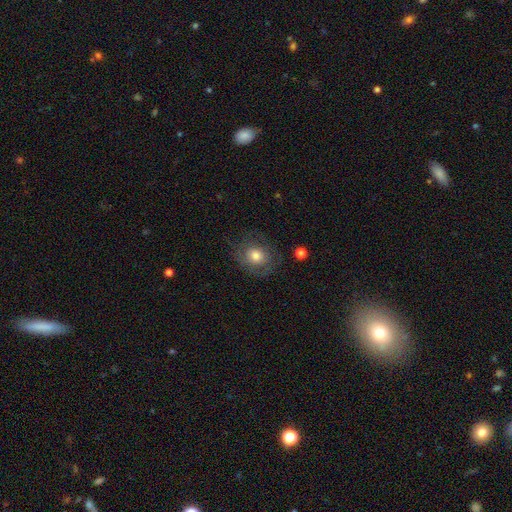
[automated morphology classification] Overall: smooth (63%; featured or disk 28%). How rounded: round (69%; in between 30%). Merging: none (71%).